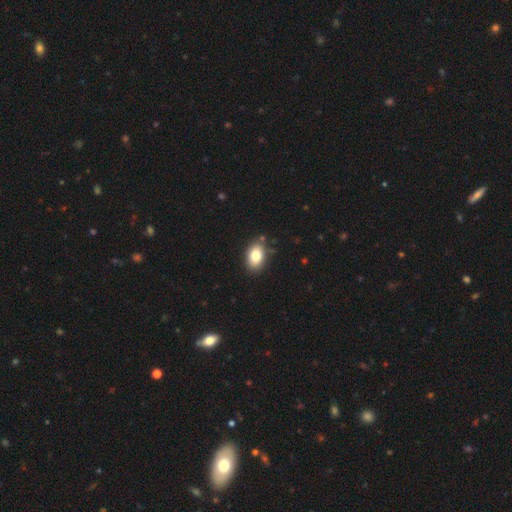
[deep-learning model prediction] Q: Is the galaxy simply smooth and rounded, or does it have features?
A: smooth — 81%.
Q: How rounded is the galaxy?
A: in between — 85%.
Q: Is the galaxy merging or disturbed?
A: none — 84%.